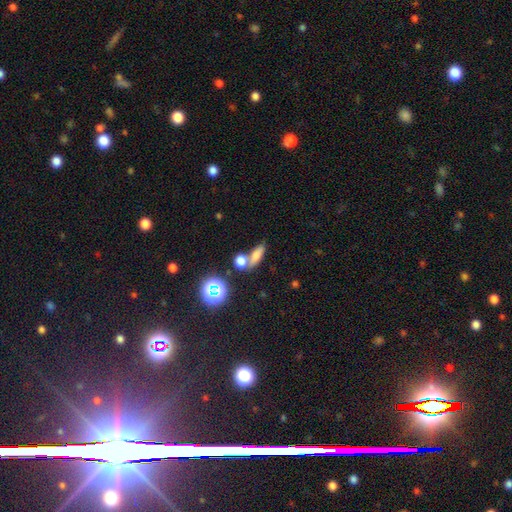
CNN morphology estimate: A smooth galaxy with no disk features (69%) that is in between round and cigar-shaped (53%). Merging: none (51%).